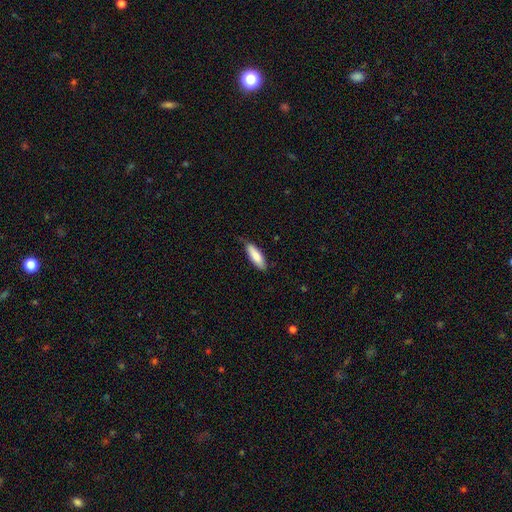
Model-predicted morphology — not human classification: This is clearly a smooth galaxy (83%). How rounded: possibly in between (55%). Merging: likely none (67%).